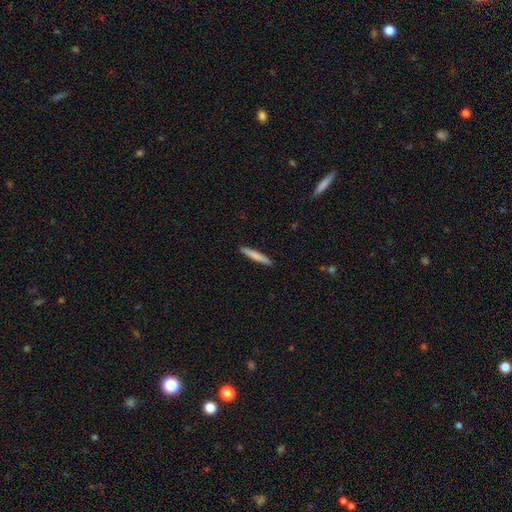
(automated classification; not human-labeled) smooth-or-featured: smooth: 78% | featured or disk: 17% | star or artifact: 5%
  how-rounded: cigar-shaped: 95% | in between: 4% | round: 1%
  merging: none: 92% | minor disturbance: 6% | major disturbance: 1% | merger: 1%